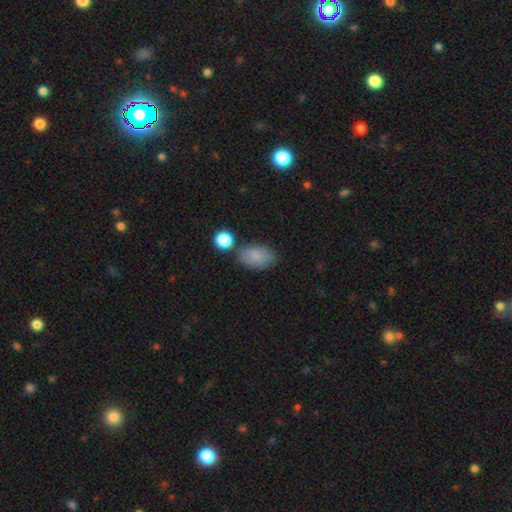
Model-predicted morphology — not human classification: smooth-or-featured: smooth: 82% | featured or disk: 10% | star or artifact: 8%
  how-rounded: in between: 89% | round: 10% | cigar-shaped: 2%
  merging: none: 64% | minor disturbance: 20% | merger: 10% | major disturbance: 5%